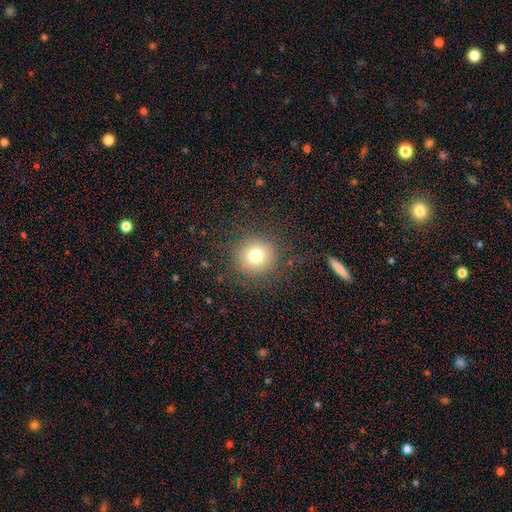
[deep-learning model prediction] Morphology: type=smooth (74%); roundness=round (93%); merging=none (84%).